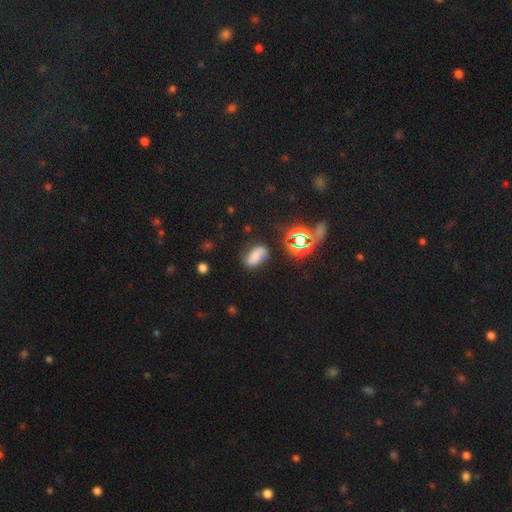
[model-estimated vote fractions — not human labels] A smooth galaxy with no disk features (53%) that is in between round and cigar-shaped (87%). Merging: none (57%).